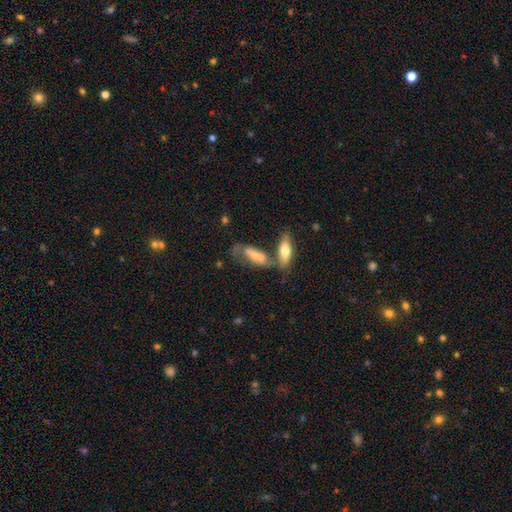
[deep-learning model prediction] Smooth or featured: featured or disk — 46% (tied with smooth — 46%)
Merging: none — 39% (merger — 38%)